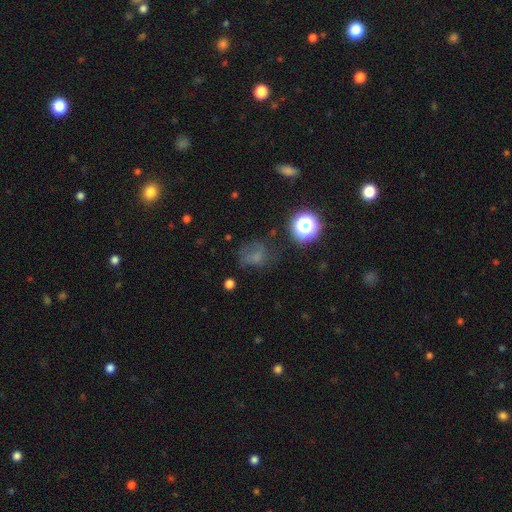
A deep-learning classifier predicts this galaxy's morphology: Smooth or featured? smooth (49%)
Merging? none (48%)